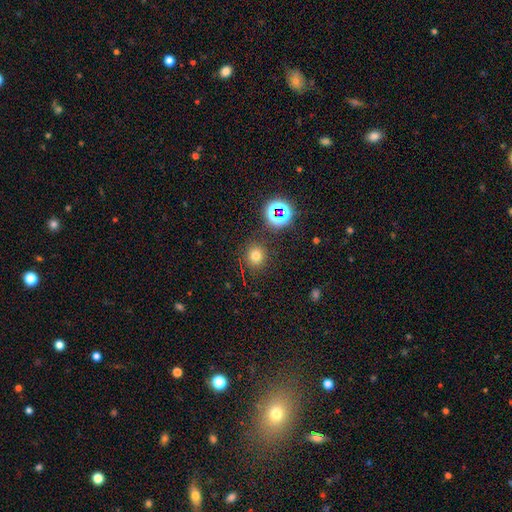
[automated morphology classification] This appears to be a smooth galaxy with no disk features (70%) that is round (85%). Merging: none (85%).